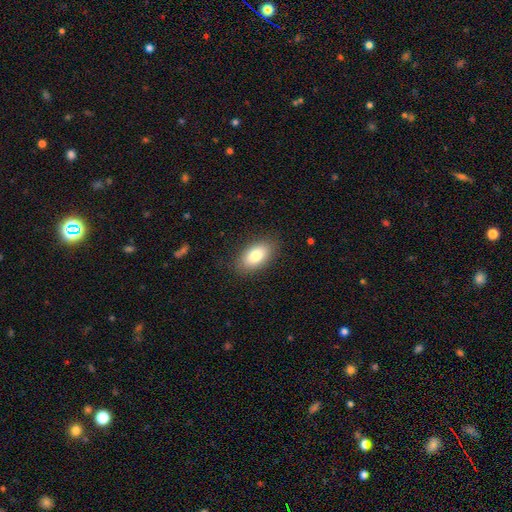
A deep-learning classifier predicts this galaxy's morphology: The model was most divided on "smooth or featured": smooth: 83%, featured or disk: 10%, star or artifact: 7%. More confident: how rounded — in between (92%); merging — none (85%).